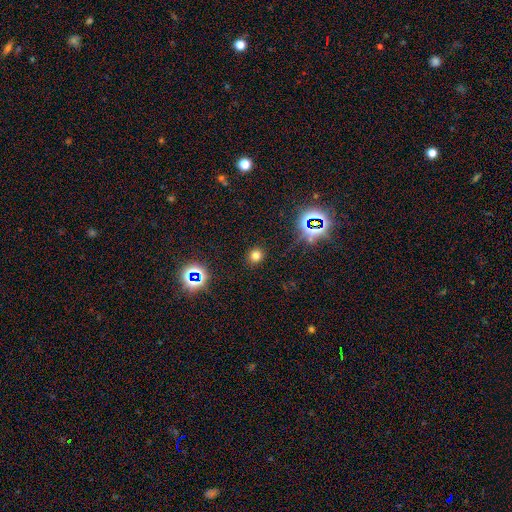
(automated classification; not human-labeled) This appears to be a smooth galaxy with no disk features (70%) that is round (86%). Merging: none (89%).